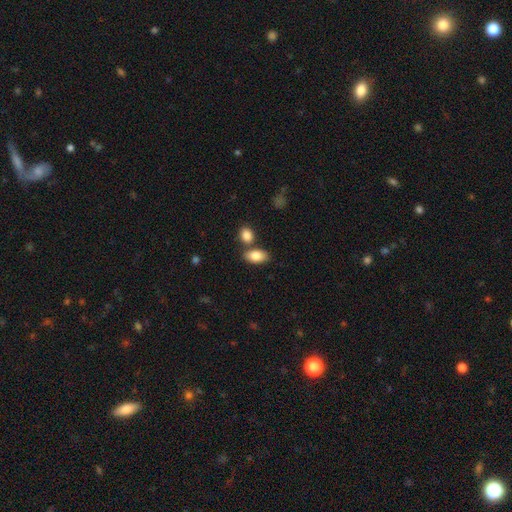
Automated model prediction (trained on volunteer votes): Overall: smooth (84%). How rounded: in between (91%). Merging: none (66%).